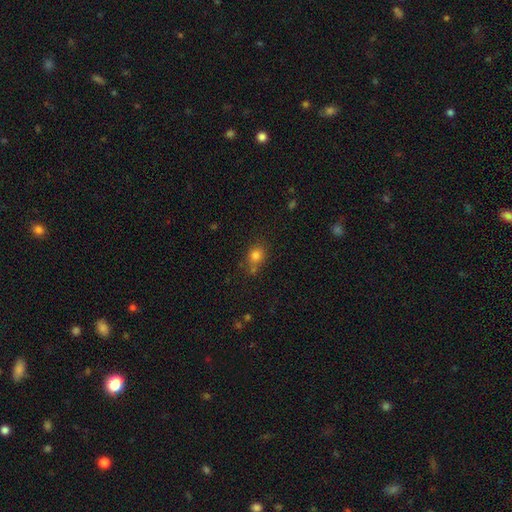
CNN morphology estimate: A smooth galaxy with no disk features (80%) that is round (65%).

Vote fractions:
- Smooth or featured? smooth: 80% / star or artifact: 13% / featured or disk: 7%
- How rounded? round: 65% / in between: 34% / cigar-shaped: 1%
- Merging? none: 63% / minor disturbance: 17% / merger: 14% / major disturbance: 5%